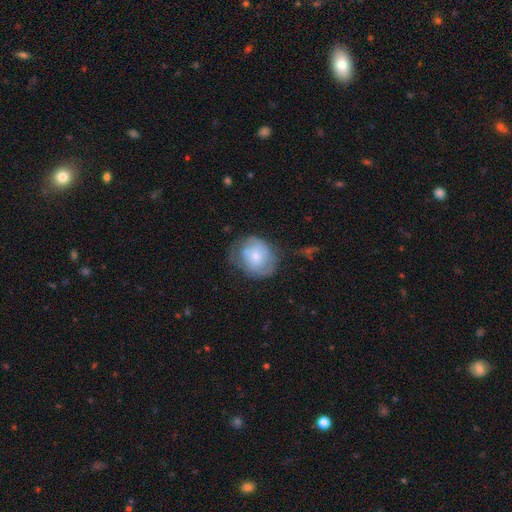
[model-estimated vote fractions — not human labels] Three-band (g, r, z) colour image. It shows a smooth galaxy with no disk features (54%) that is round (62%). Merging: none (48%).